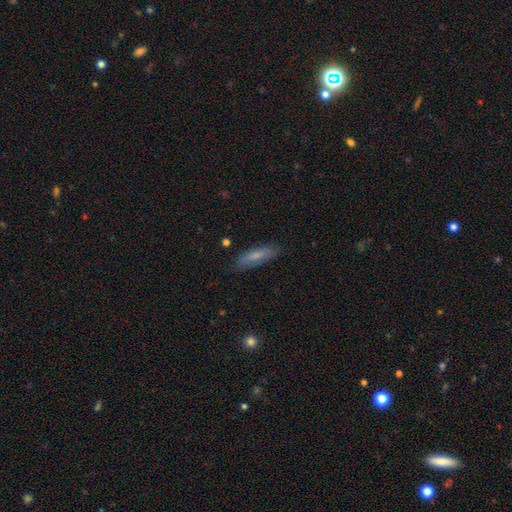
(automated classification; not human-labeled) Morphology: type=smooth (68%); roundness=cigar-shaped (67%); merging=none (83%).